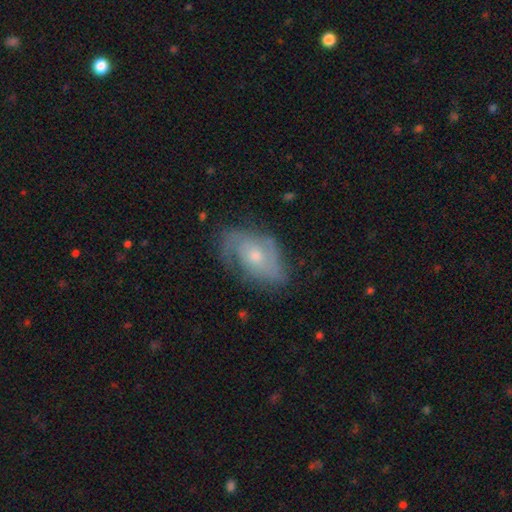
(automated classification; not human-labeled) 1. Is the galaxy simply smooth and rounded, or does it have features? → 73% featured or disk, 20% smooth, 7% star or artifact.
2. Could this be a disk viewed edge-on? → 95% no, 5% yes.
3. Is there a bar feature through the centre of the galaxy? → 75% no, 21% weak, 3% strong.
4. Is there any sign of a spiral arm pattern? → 88% yes, 12% no.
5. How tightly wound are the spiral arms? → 43% tight, 40% medium, 17% loose.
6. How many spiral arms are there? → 48% 2, 29% can't tell, 11% 3, 6% 1, 3% 4, 3% more than 4.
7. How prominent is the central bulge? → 55% moderate, 39% small, 3% large, 2% none, 1% dominant.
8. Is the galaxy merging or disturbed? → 67% none, 23% minor disturbance, 9% major disturbance, 1% merger.